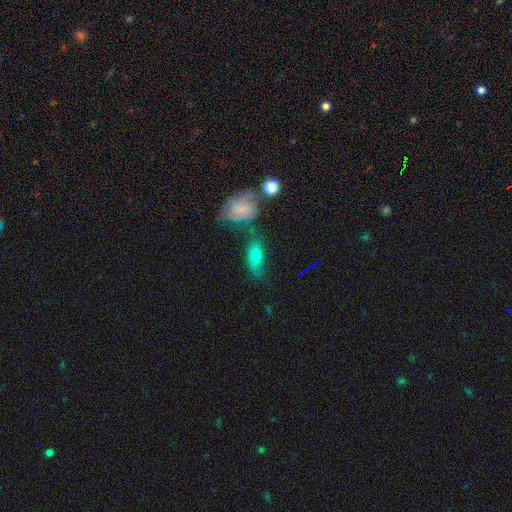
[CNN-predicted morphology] Smooth or featured? Predicted: smooth (p=0.60). How rounded? Predicted: in between (p=0.79). Merging? Predicted: none (p=0.58).